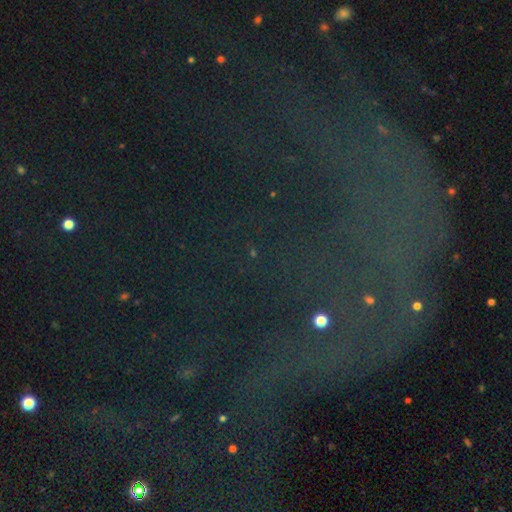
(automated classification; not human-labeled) Smooth or featured: star or artifact — 80% (smooth — 11%)